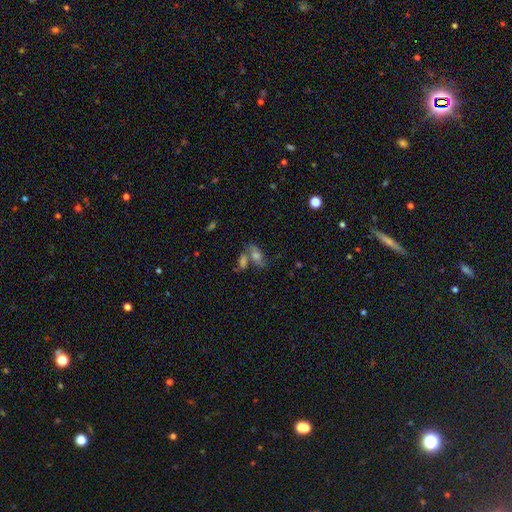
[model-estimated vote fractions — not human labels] smooth-or-featured: smooth: 45% | featured or disk: 37% | star or artifact: 18%
  merging: merger: 42% | none: 38% | minor disturbance: 12% | major disturbance: 8%